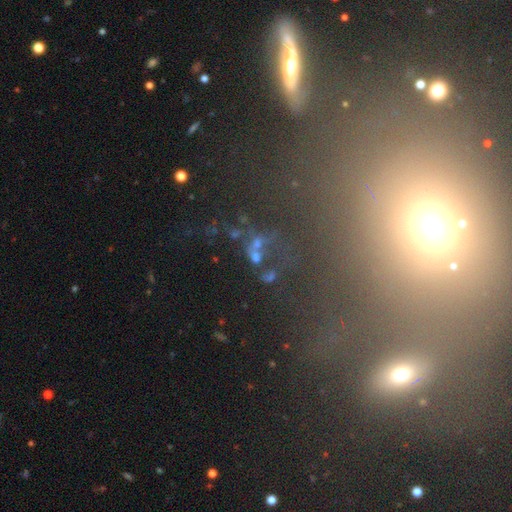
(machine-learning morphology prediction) This is possibly a star or artifact rather than a galaxy (52%).